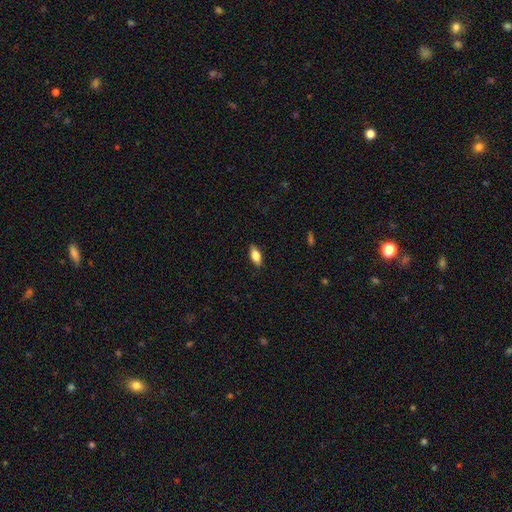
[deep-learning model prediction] smooth_or_featured: smooth (p=0.74) [alt: featured or disk p=0.19]
how_rounded: in between (p=0.83) [alt: cigar-shaped p=0.14]
merging: none (p=0.88) [alt: minor disturbance p=0.09]